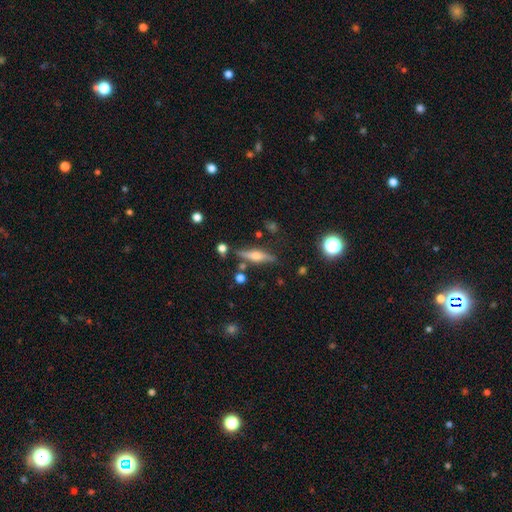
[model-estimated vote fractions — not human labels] The model was most divided on "smooth or featured": featured or disk: 65%, smooth: 26%, star or artifact: 8%. More confident: edge-on disk — yes (95%); edge-on bulge — rounded (92%); merging — none (80%).